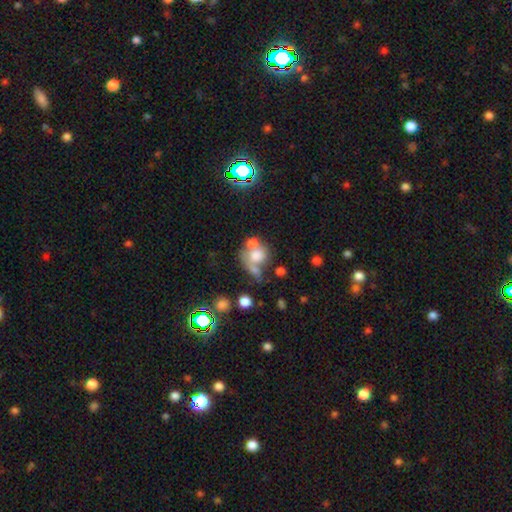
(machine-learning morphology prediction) Smooth or featured? Predicted: smooth (p=0.66). How rounded? Predicted: round (p=0.67). Merging? Predicted: merger (p=0.47).